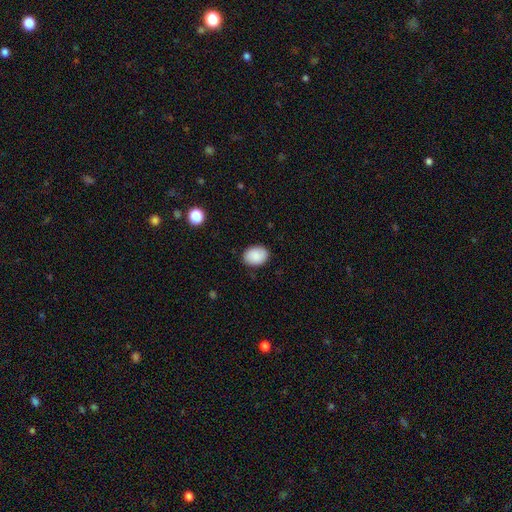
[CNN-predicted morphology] Smooth or featured?
  - smooth: 88% *
  - star or artifact: 7%
  - featured or disk: 5%
How rounded?
  - in between: 69% *
  - round: 30%
  - cigar-shaped: 1%
Merging?
  - none: 86% *
  - minor disturbance: 10%
  - major disturbance: 2%
  - merger: 1%